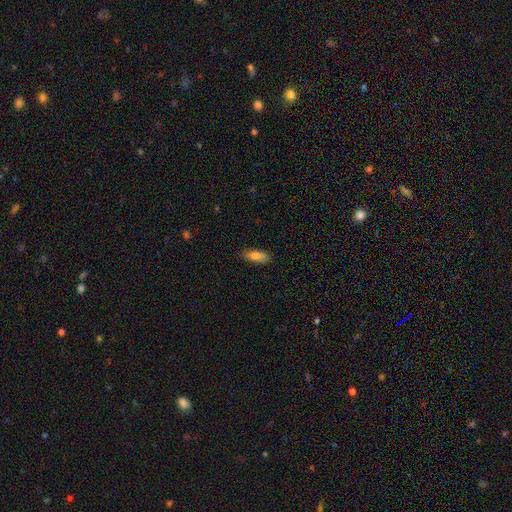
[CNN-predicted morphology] type=smooth (82%); roundness=in between (68%); merging=none (84%).